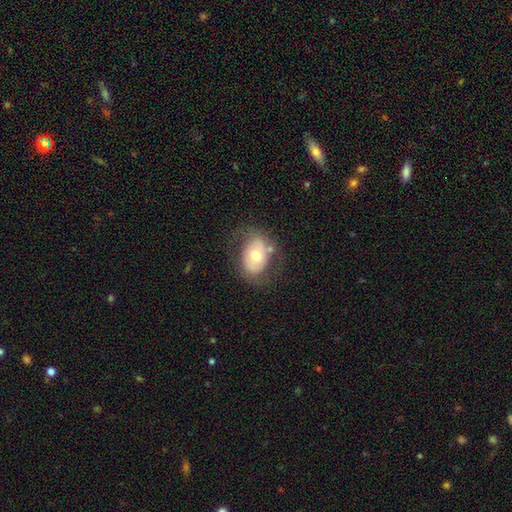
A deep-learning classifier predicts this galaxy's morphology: A smooth galaxy with no disk features (52%) that is in between round and cigar-shaped (73%).

Vote fractions:
- Smooth or featured? smooth: 52% / featured or disk: 41% / star or artifact: 7%
- How rounded? in between: 73% / round: 26% / cigar-shaped: 1%
- Merging? none: 64% / minor disturbance: 20% / major disturbance: 10% / merger: 5%